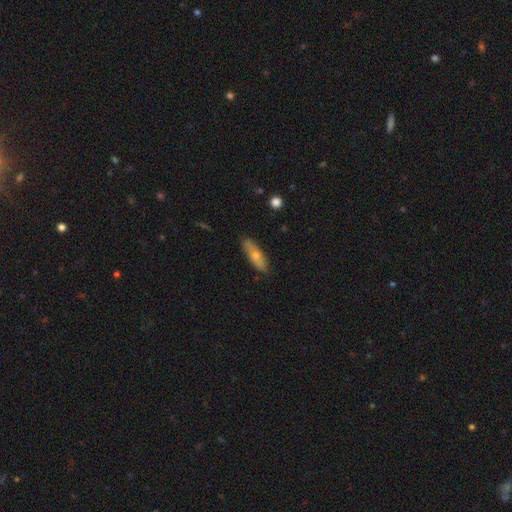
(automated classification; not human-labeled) Smooth or featured: smooth — 61% (featured or disk — 32%)
How rounded: in between — 51% (cigar-shaped — 46%)
Merging: none — 84% (minor disturbance — 13%)